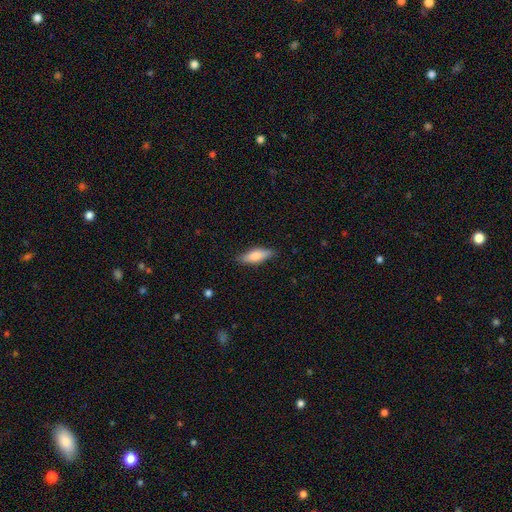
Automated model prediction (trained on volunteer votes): This is likely a smooth galaxy (73%). How rounded: possibly in between (54%). Merging: clearly none (85%).